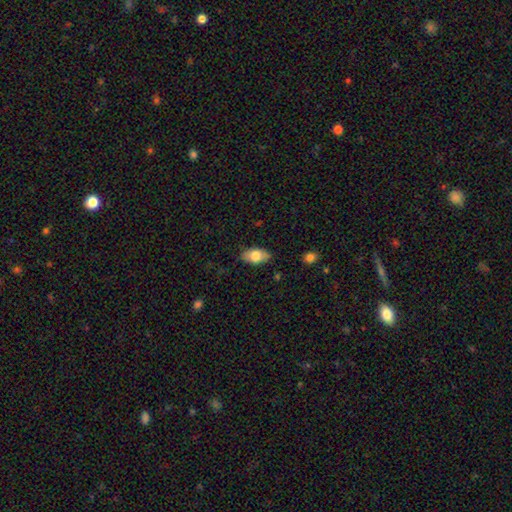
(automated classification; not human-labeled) Smooth or featured?
  - smooth: 78% *
  - featured or disk: 15%
  - star or artifact: 7%
How rounded?
  - in between: 92% *
  - round: 5%
  - cigar-shaped: 3%
Merging?
  - none: 84% *
  - minor disturbance: 13%
  - major disturbance: 2%
  - merger: 1%